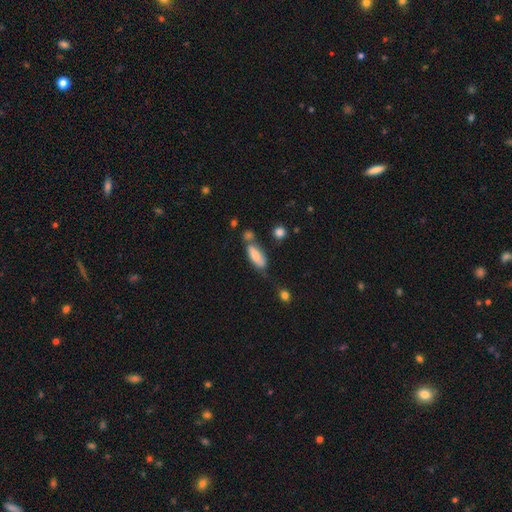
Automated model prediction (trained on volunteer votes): Q: Smooth or featured?
A: smooth (72%); runner-up: featured or disk (21%)
Q: How rounded?
A: in between (72%); runner-up: cigar-shaped (25%)
Q: Merging?
A: none (45%); runner-up: minor disturbance (26%)